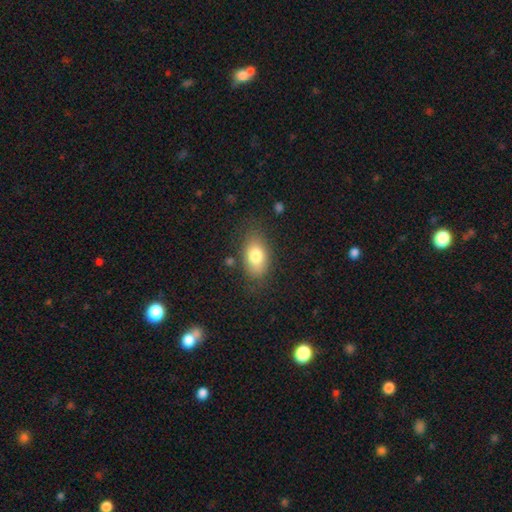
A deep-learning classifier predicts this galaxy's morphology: smooth 79%, featured or disk 13%, star or artifact 8%. Down the decision tree: how rounded — in between (88%); merging — none (76%).